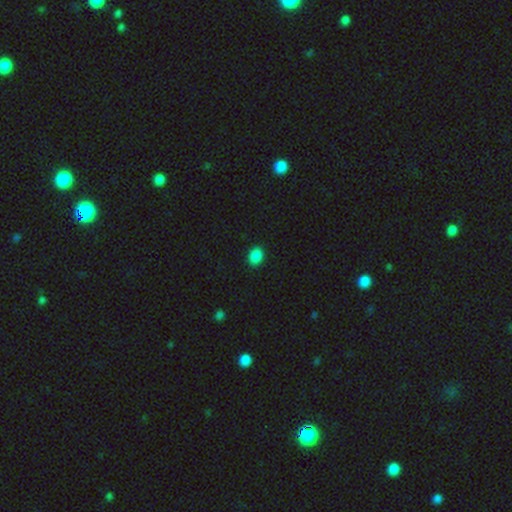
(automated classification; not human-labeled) Morphology: type=smooth (87%); roundness=in between (68%); merging=none (90%).